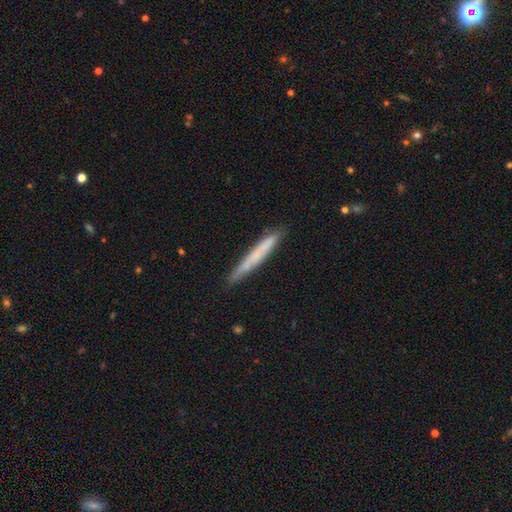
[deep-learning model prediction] smooth-or-featured: smooth: 59% | featured or disk: 34% | star or artifact: 6%
  how-rounded: cigar-shaped: 96% | in between: 2% | round: 1%
  merging: none: 86% | minor disturbance: 11% | major disturbance: 2% | merger: 1%